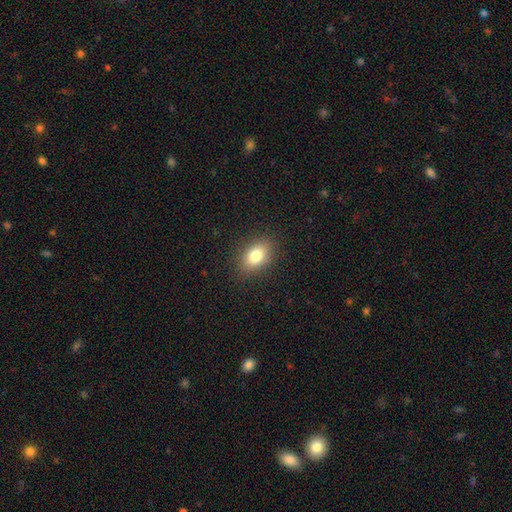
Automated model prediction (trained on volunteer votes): The model was most divided on "how rounded": in between: 82%, round: 15%, cigar-shaped: 3%. More confident: merging — none (87%); smooth or featured — smooth (79%).